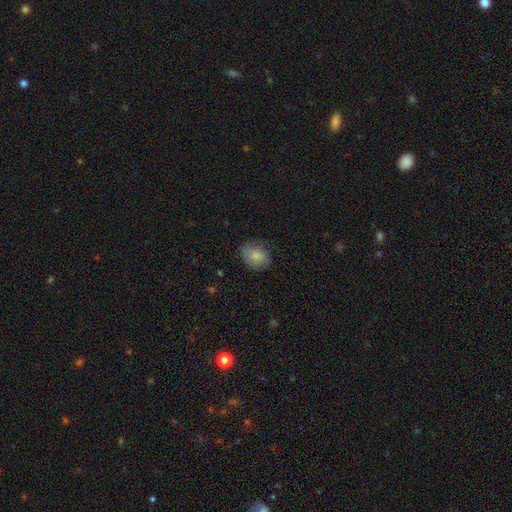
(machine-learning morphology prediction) This is clearly a smooth galaxy (82%). How rounded: possibly in between (56%). Merging: likely none (78%).